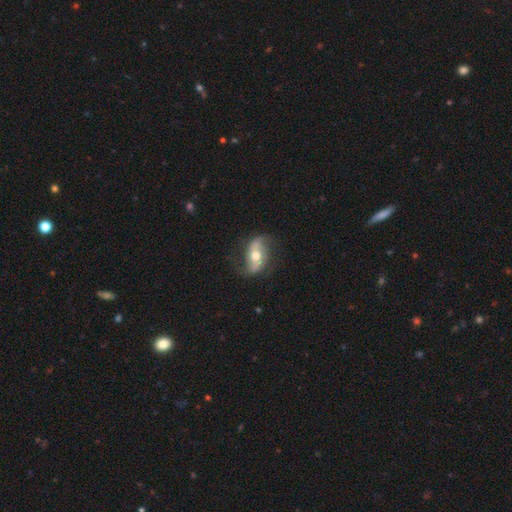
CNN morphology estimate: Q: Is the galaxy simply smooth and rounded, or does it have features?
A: featured or disk — 75%.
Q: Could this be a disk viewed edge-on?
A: no — 93%.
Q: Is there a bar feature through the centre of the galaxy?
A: no — 41%.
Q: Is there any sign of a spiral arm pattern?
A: yes — 90%.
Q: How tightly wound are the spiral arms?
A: loose — 69%.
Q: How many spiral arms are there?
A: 2 — 91%.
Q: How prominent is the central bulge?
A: moderate — 71%.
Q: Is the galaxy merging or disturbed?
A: none — 73%.